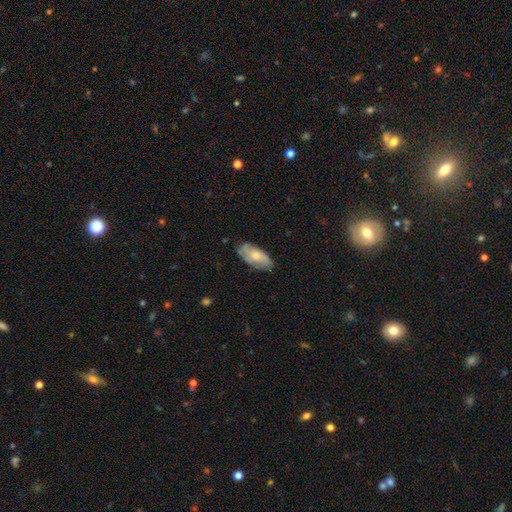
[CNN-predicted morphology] Q: Smooth or featured?
A: smooth (55%); runner-up: featured or disk (39%)
Q: How rounded?
A: in between (89%); runner-up: cigar-shaped (8%)
Q: Merging?
A: none (69%); runner-up: minor disturbance (24%)